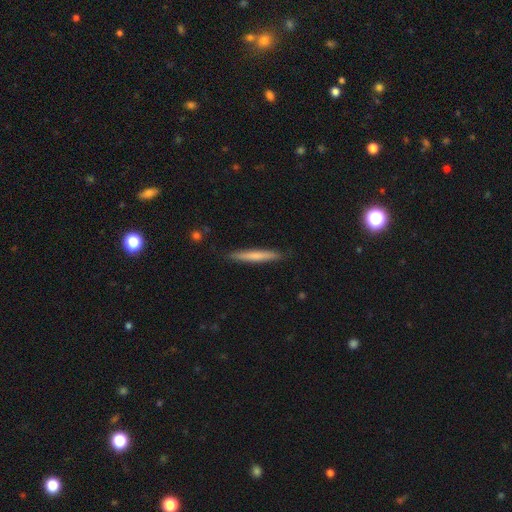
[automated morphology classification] A smooth galaxy with no disk features (67%) that is cigar-shaped (95%).

Vote fractions:
- Smooth or featured? smooth: 67% / featured or disk: 28% / star or artifact: 5%
- How rounded? cigar-shaped: 95% / in between: 3% / round: 1%
- Merging? none: 89% / minor disturbance: 8% / major disturbance: 2% / merger: 1%